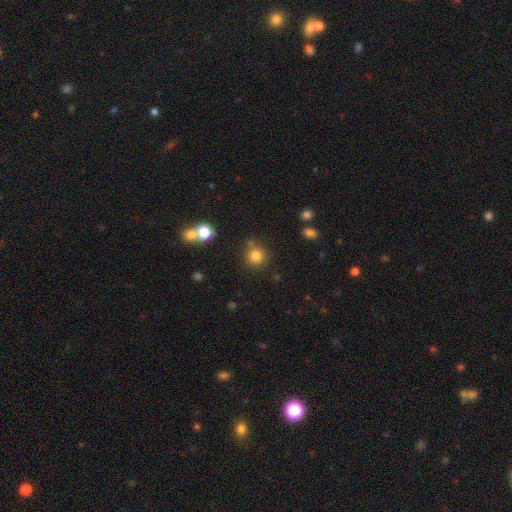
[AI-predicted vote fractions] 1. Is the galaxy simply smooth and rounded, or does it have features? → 82% smooth, 13% star or artifact, 5% featured or disk.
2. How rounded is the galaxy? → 91% round, 8% in between, 1% cigar-shaped.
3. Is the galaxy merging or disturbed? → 79% none, 10% minor disturbance, 8% merger, 4% major disturbance.